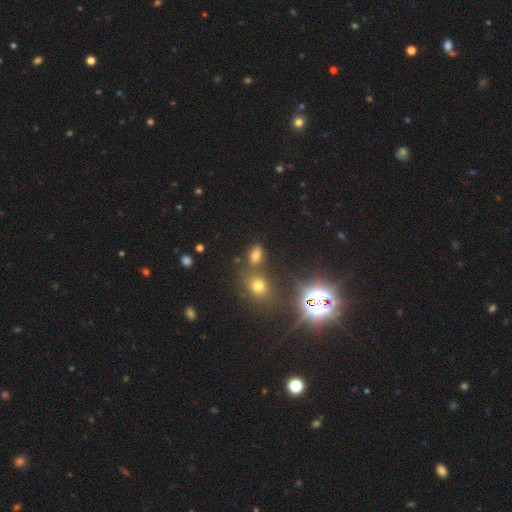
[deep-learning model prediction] Morphology: type=smooth (64%); roundness=in between (81%); merging=none (71%).